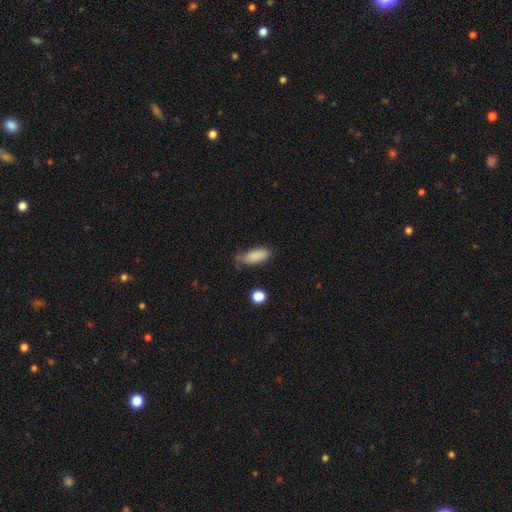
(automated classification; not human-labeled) smooth 85%, star or artifact 8%, featured or disk 7%. Down the decision tree: how rounded — in between (81%); merging — none (53%).